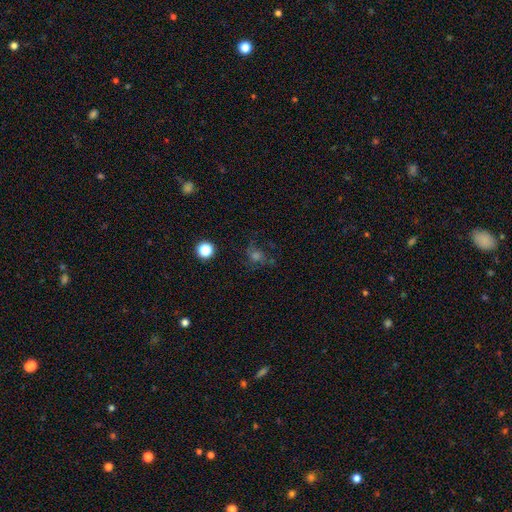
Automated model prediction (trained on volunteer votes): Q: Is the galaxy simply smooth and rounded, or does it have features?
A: smooth — 41%.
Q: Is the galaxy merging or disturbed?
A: none — 58%.